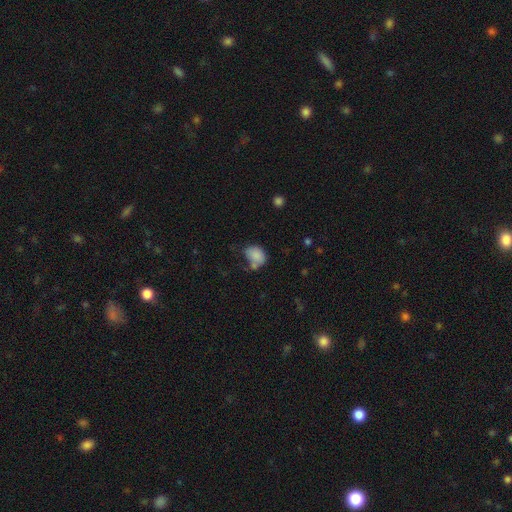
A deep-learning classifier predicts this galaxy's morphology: This appears to be a smooth galaxy with no disk features (82%) that is in between round and cigar-shaped (69%). Merging: none (40%).